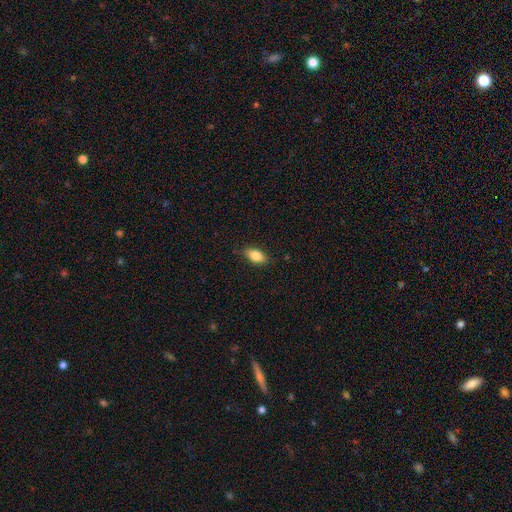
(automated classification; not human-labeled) Smooth or featured: smooth — 82% (featured or disk — 11%)
How rounded: in between — 88% (cigar-shaped — 7%)
Merging: none — 83% (minor disturbance — 13%)